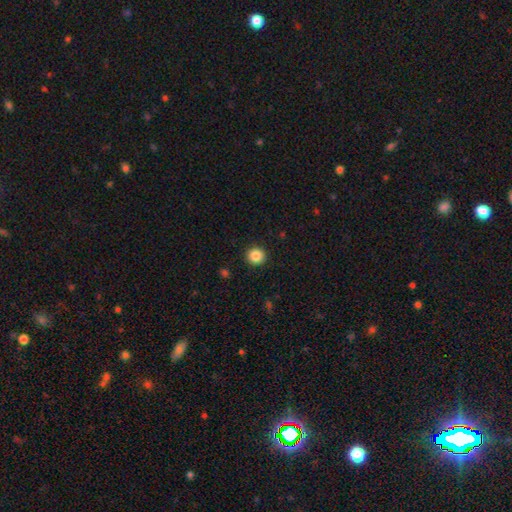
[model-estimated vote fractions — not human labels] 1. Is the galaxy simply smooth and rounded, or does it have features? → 86% smooth, 10% star or artifact, 4% featured or disk.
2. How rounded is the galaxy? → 95% round, 4% in between, 1% cigar-shaped.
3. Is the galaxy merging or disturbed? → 92% none, 5% minor disturbance, 2% major disturbance, 1% merger.